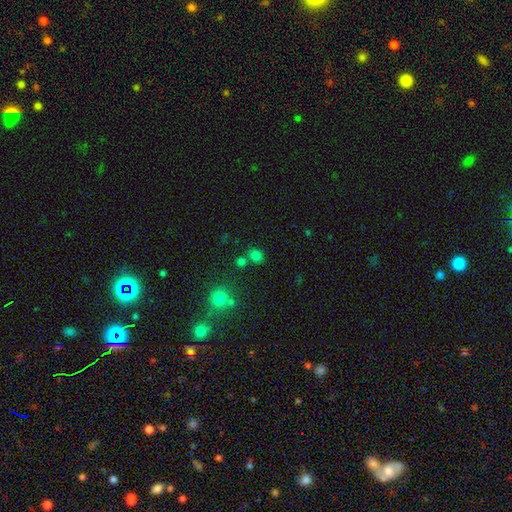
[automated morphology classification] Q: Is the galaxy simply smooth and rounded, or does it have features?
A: smooth — 75%.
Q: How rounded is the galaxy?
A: round — 72%.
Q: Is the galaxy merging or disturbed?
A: none — 68%.